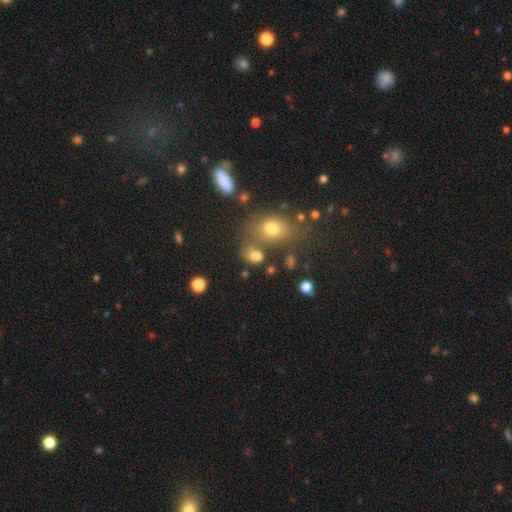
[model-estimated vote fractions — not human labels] A smooth galaxy with no disk features (75%) that is in between round and cigar-shaped (56%).

Vote fractions:
- Smooth or featured? smooth: 75% / star or artifact: 16% / featured or disk: 9%
- How rounded? in between: 56% / round: 42% / cigar-shaped: 2%
- Merging? none: 52% / merger: 24% / minor disturbance: 15% / major disturbance: 9%